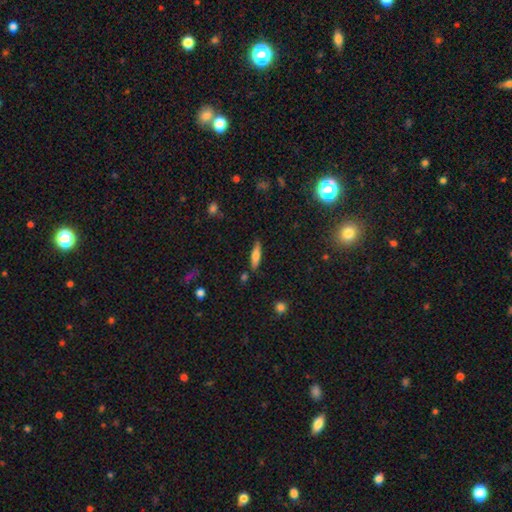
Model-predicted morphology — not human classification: smooth-or-featured: smooth: 70% | featured or disk: 23% | star or artifact: 7%
  how-rounded: cigar-shaped: 72% | in between: 26% | round: 2%
  merging: none: 83% | minor disturbance: 11% | merger: 4% | major disturbance: 2%